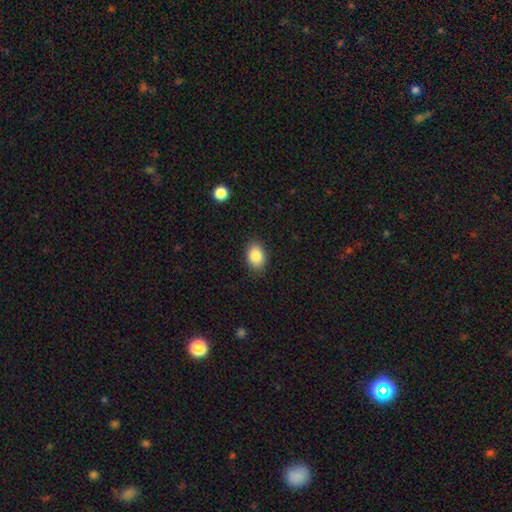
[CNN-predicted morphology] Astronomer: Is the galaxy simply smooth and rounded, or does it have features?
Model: smooth — 87%.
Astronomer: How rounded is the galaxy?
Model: in between — 77%.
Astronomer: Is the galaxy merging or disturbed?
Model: none — 87%.